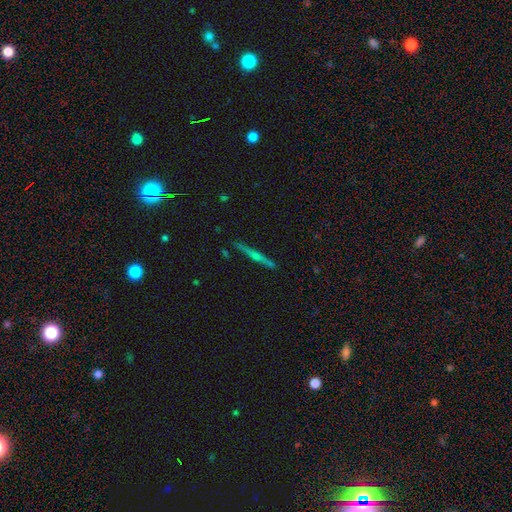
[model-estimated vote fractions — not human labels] smooth-or-featured: featured or disk: 64% | smooth: 22% | star or artifact: 14%
  disk-edge-on: yes: 95% | no: 5%
    edge-on-bulge: rounded: 66% | none: 24% | boxy: 10%
  merging: none: 88% | minor disturbance: 8% | major disturbance: 2% | merger: 2%